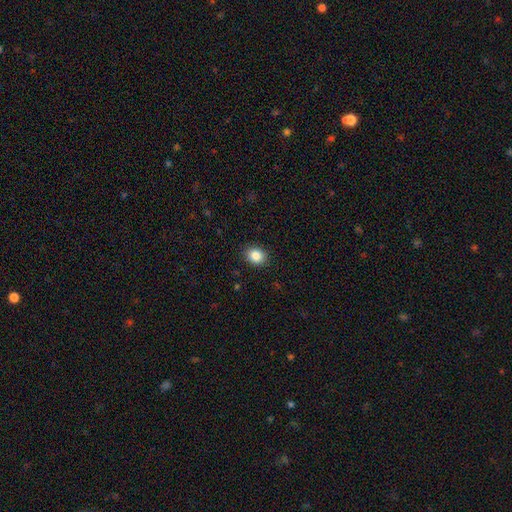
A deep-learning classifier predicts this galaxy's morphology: This appears to be a smooth galaxy with no disk features (86%) that is round (56%). Merging: none (89%).